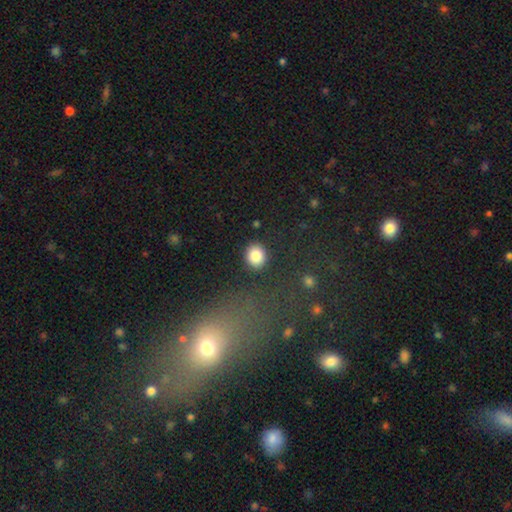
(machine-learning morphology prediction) type=smooth (85%); roundness=round (76%); merging=none (88%).